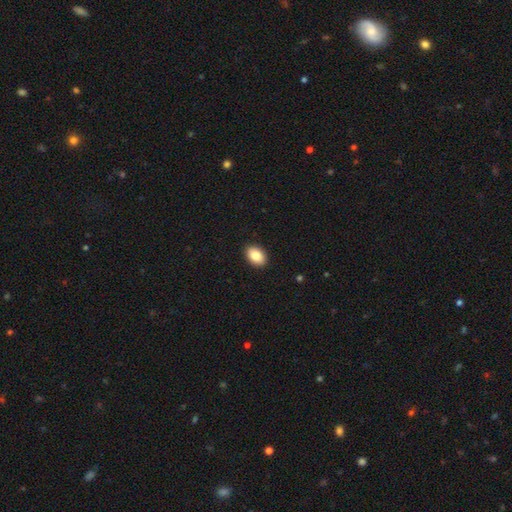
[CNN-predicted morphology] Overall: smooth (86%). How rounded: in between (86%). Merging: none (91%).